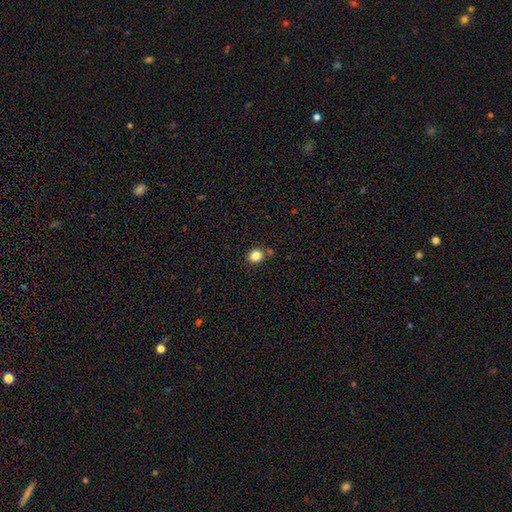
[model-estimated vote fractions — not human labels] The model was most divided on "how rounded": round: 73%, in between: 26%, cigar-shaped: 1%. More confident: smooth or featured — smooth (83%); merging — none (81%).